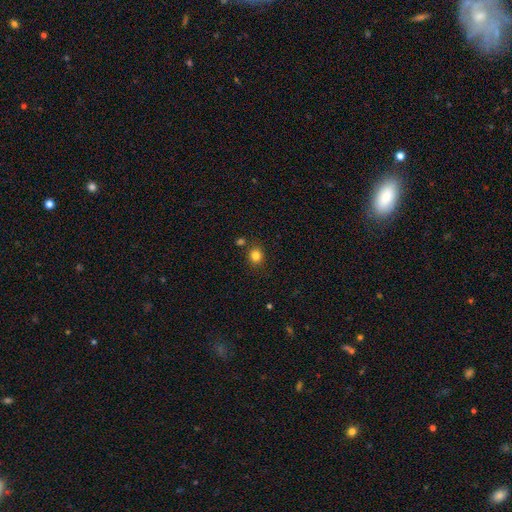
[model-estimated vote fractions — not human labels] Smooth or featured? Predicted: smooth (p=0.82). How rounded? Predicted: round (p=0.76). Merging? Predicted: none (p=0.82).